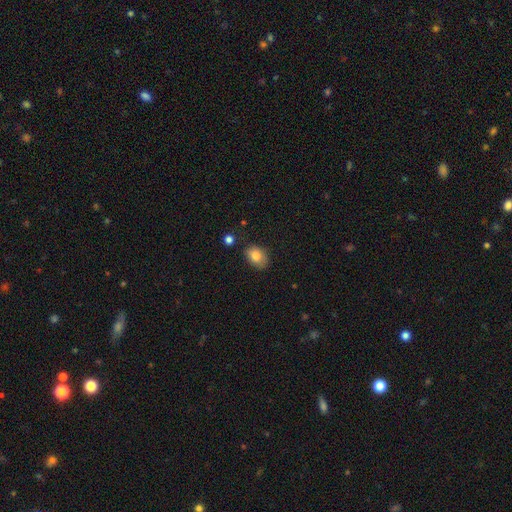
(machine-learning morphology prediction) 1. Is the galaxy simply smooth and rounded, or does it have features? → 83% smooth, 8% star or artifact, 8% featured or disk.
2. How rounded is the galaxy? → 76% in between, 23% round, 1% cigar-shaped.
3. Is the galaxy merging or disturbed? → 71% none, 21% minor disturbance, 4% major disturbance, 3% merger.